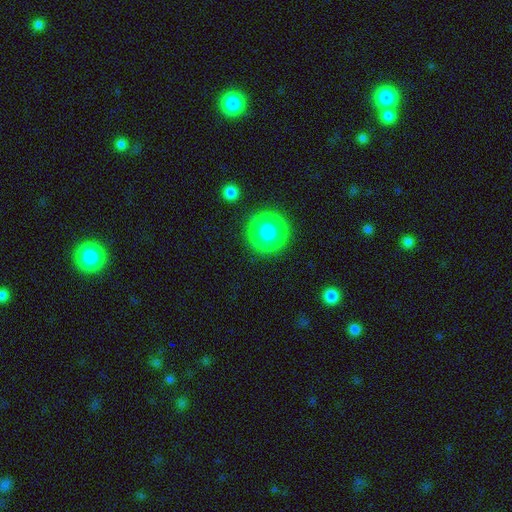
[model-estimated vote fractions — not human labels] smooth-or-featured: smooth: 57% | star or artifact: 38% | featured or disk: 5%
  how-rounded: round: 94% | in between: 5% | cigar-shaped: 1%
  merging: none: 91% | minor disturbance: 5% | major disturbance: 2% | merger: 2%